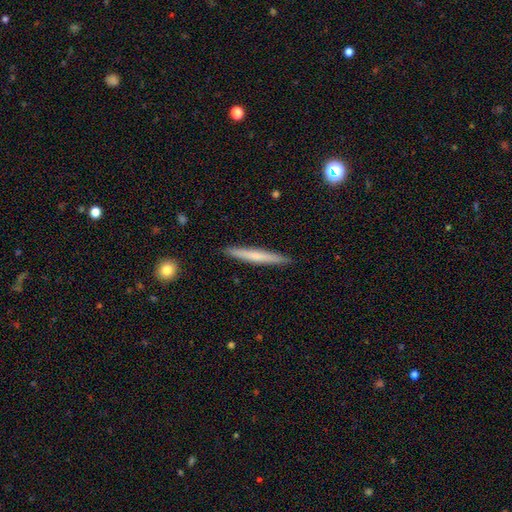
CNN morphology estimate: Overall: smooth (60%; featured or disk 35%). How rounded: cigar-shaped (96%). Merging: none (91%).